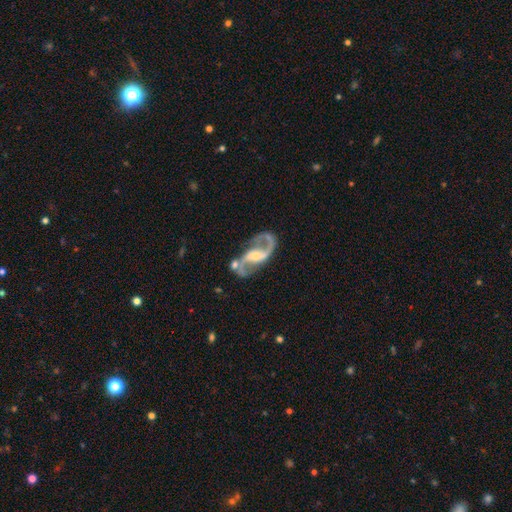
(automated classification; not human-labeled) Smooth or featured? featured or disk (91%)
Edge-on disk? no (97%)
Bar? weak (39%)
Spiral arms? yes (97%)
Spiral winding? loose (50%)
Spiral arm count? 2 (93%)
Bulge size? small (51%)
Merging? none (63%)